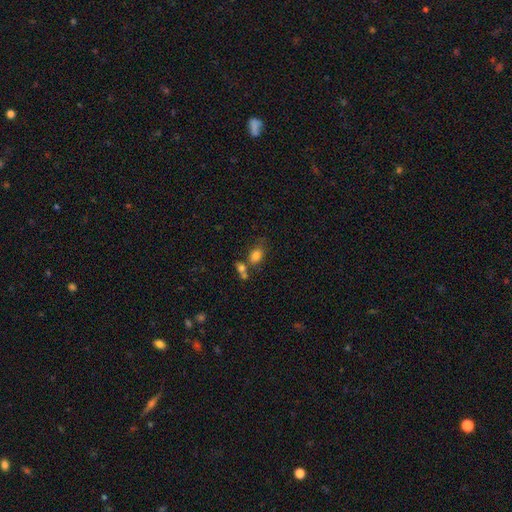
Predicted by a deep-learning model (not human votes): smooth 81%, star or artifact 10%, featured or disk 9%. Down the decision tree: how rounded — in between (74%); merging — none (49%).